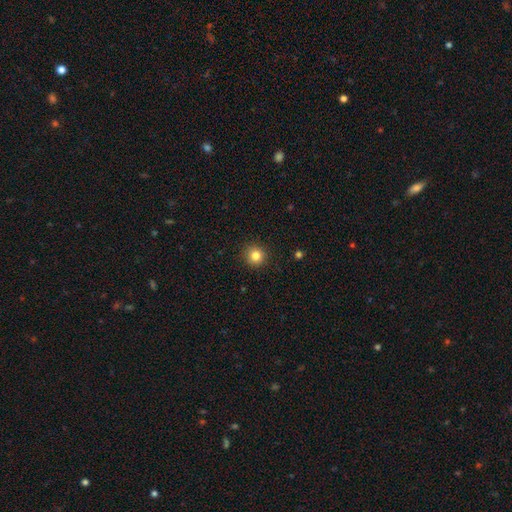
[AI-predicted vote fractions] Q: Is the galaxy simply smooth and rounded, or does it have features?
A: smooth — 83%.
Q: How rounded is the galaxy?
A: round — 94%.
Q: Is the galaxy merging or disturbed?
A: none — 92%.